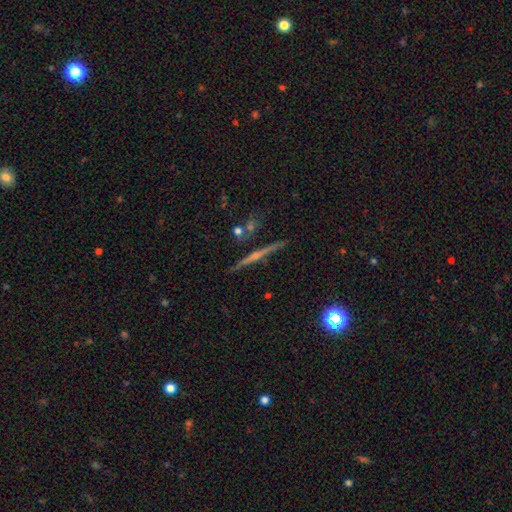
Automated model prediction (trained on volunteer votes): Smooth or featured?
  - featured or disk: 76% *
  - smooth: 15%
  - star or artifact: 9%
Edge-on disk?
  - yes: 98% *
  - no: 2%
Edge-on bulge?
  - rounded: 68% *
  - none: 26%
  - boxy: 7%
Merging?
  - none: 89% *
  - minor disturbance: 6%
  - merger: 3%
  - major disturbance: 2%